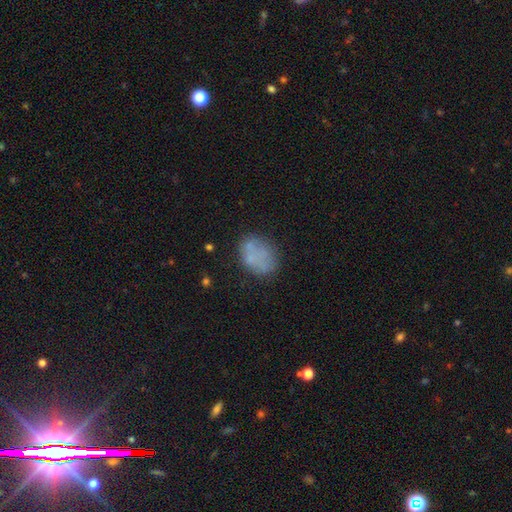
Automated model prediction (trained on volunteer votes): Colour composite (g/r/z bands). It shows a smooth galaxy with no disk features (64%) that is in between round and cigar-shaped (68%). Merging: none (60%).